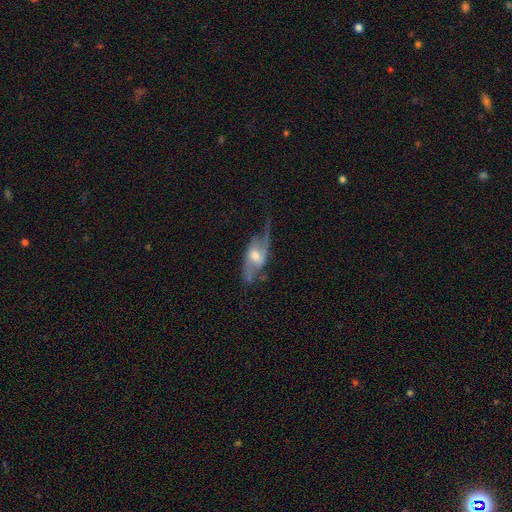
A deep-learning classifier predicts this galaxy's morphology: smooth_or_featured: featured or disk (p=0.70) [alt: smooth p=0.24]
disk_edge_on: no (p=0.84) [alt: yes p=0.16]
bar: weak (p=0.45) [alt: no p=0.40]
has_spiral_arms: yes (p=0.82) [alt: no p=0.18]
bulge_size: moderate (p=0.66) [alt: small p=0.20]
merging: none (p=0.42) [alt: major disturbance p=0.29]